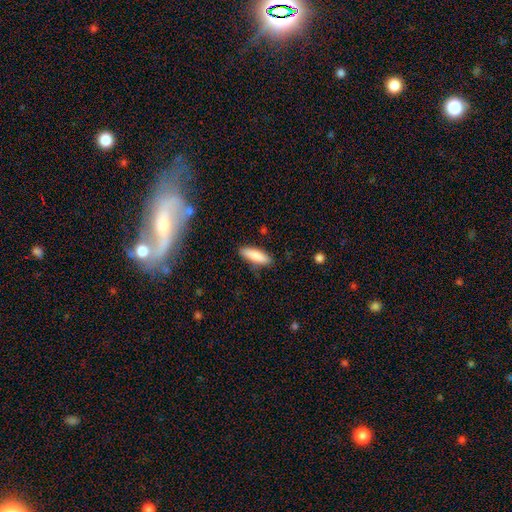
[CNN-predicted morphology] This is clearly a smooth galaxy (85%). How rounded: possibly cigar-shaped (54%). Merging: clearly none (85%).